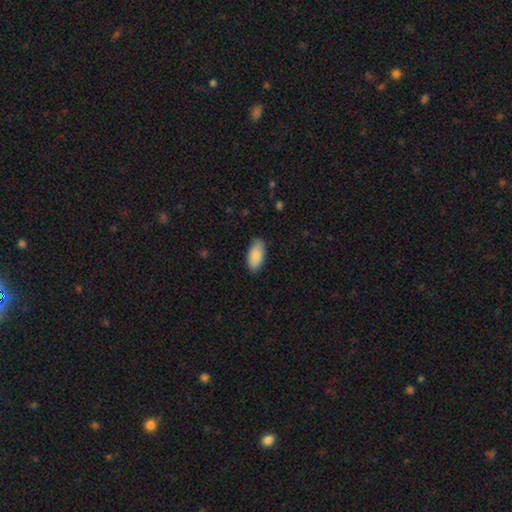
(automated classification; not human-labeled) A smooth galaxy with no disk features (86%) that is in between round and cigar-shaped (95%). Merging: none (82%).